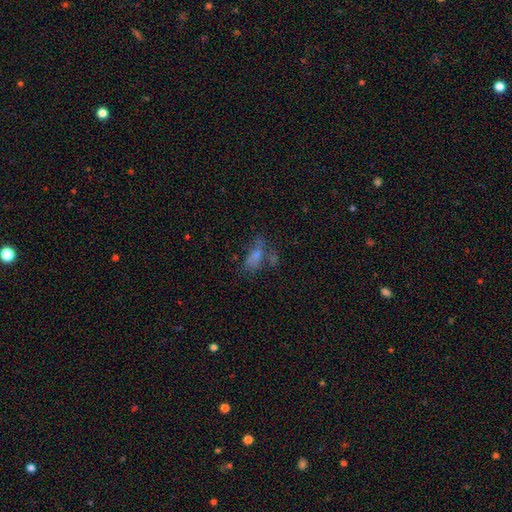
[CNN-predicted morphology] A smooth galaxy with no disk features (54%) that is in between round and cigar-shaped (79%).

Vote fractions:
- Smooth or featured? smooth: 54% / featured or disk: 29% / star or artifact: 17%
- How rounded? in between: 79% / round: 10% / cigar-shaped: 10%
- Merging? none: 35% / major disturbance: 23% / merger: 21% / minor disturbance: 20%